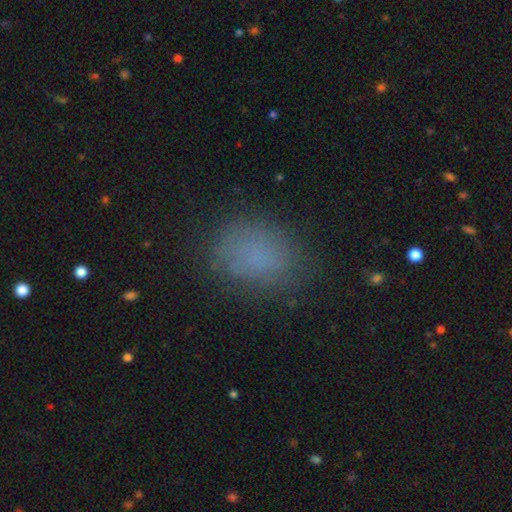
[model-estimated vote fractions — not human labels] Smooth or featured?
  - smooth: 77% *
  - star or artifact: 17%
  - featured or disk: 6%
How rounded?
  - in between: 64% *
  - round: 34%
  - cigar-shaped: 1%
Merging?
  - none: 81% *
  - minor disturbance: 13%
  - major disturbance: 5%
  - merger: 1%